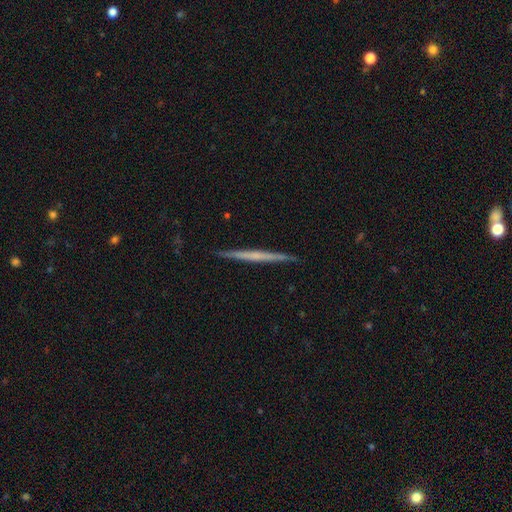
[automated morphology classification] featured or disk 58%, smooth 37%, star or artifact 5%. Down the decision tree: edge-on disk — yes (98%); edge-on bulge — none (79%); merging — none (92%).